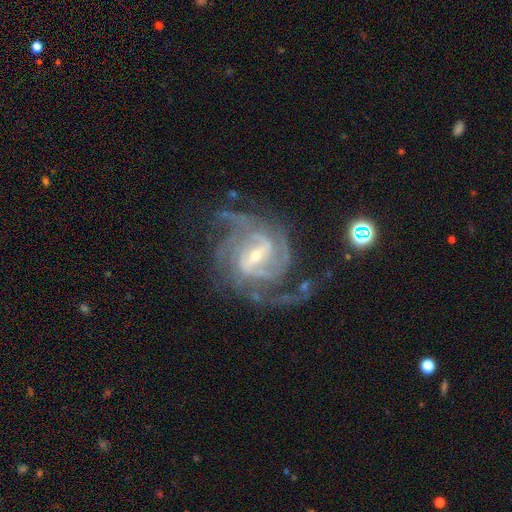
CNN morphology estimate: This appears to be a featured or disk galaxy (92%) with a strong bar (45%), 3 (27%, tied with 2) medium (46%) spiral arms (98%) and a small central bulge (64%). Merging: none (64%).